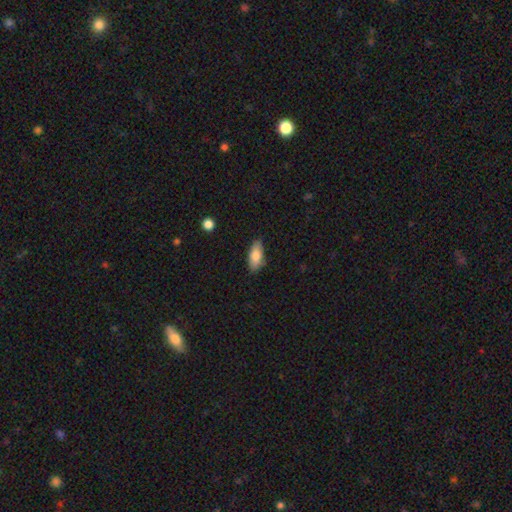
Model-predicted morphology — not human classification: Q: Smooth or featured?
A: smooth (80%); runner-up: featured or disk (13%)
Q: How rounded?
A: in between (84%); runner-up: cigar-shaped (13%)
Q: Merging?
A: none (83%); runner-up: minor disturbance (14%)